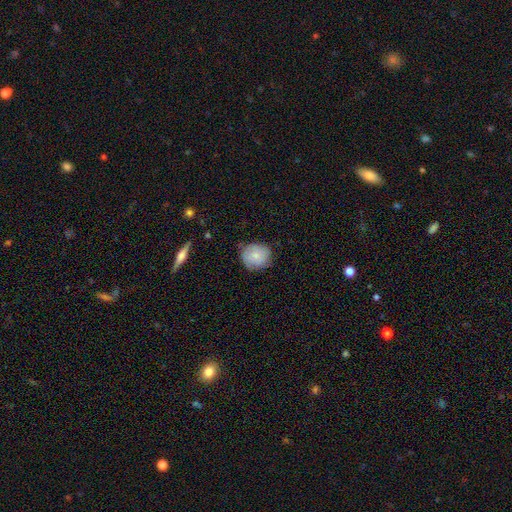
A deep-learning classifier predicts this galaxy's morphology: smooth_or_featured: smooth (p=0.72) [alt: featured or disk p=0.21]
how_rounded: round (p=0.82) [alt: in between p=0.17]
merging: none (p=0.73) [alt: minor disturbance p=0.22]